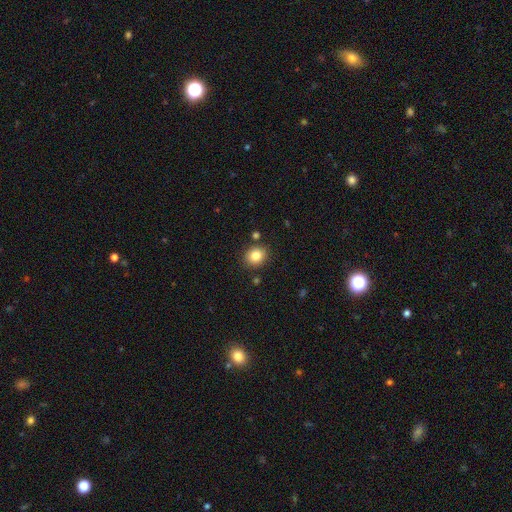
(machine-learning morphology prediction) Smooth or featured? Predicted: smooth (p=0.83). How rounded? Predicted: round (p=0.73). Merging? Predicted: none (p=0.85).